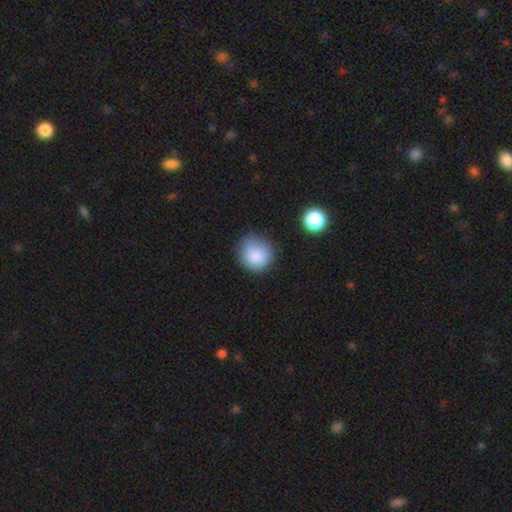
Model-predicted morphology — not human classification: Smooth or featured: smooth — 86% (star or artifact — 9%)
How rounded: round — 83% (in between — 16%)
Merging: none — 72% (minor disturbance — 20%)